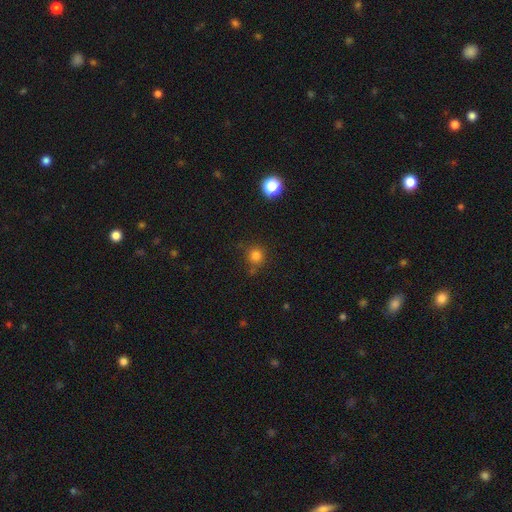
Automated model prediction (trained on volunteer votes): smooth-or-featured: smooth: 80% | star or artifact: 15% | featured or disk: 5%
  how-rounded: round: 92% | in between: 7% | cigar-shaped: 1%
  merging: none: 77% | minor disturbance: 12% | merger: 7% | major disturbance: 4%